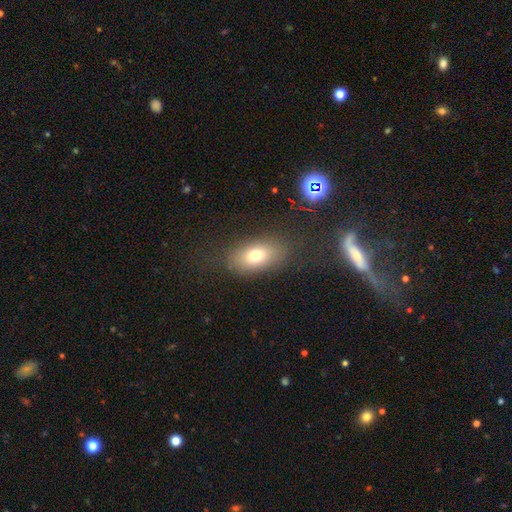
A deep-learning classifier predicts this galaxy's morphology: This appears to be a smooth galaxy with no disk features (74%) that is in between round and cigar-shaped (85%). Merging: none (79%).